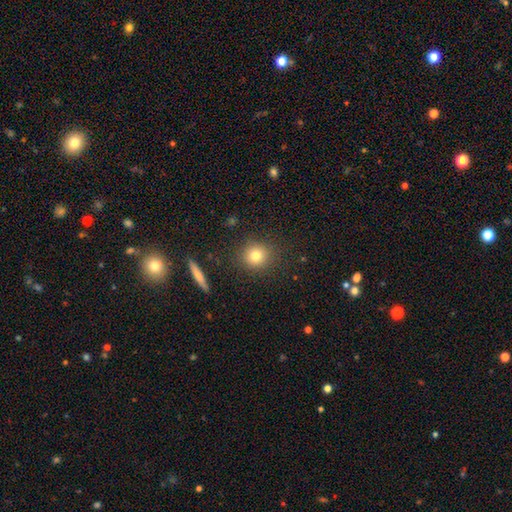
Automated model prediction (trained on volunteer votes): Smooth or featured?
  - smooth: 79% *
  - star or artifact: 12%
  - featured or disk: 9%
How rounded?
  - round: 90% *
  - in between: 9%
  - cigar-shaped: 1%
Merging?
  - none: 88% *
  - minor disturbance: 7%
  - major disturbance: 3%
  - merger: 2%